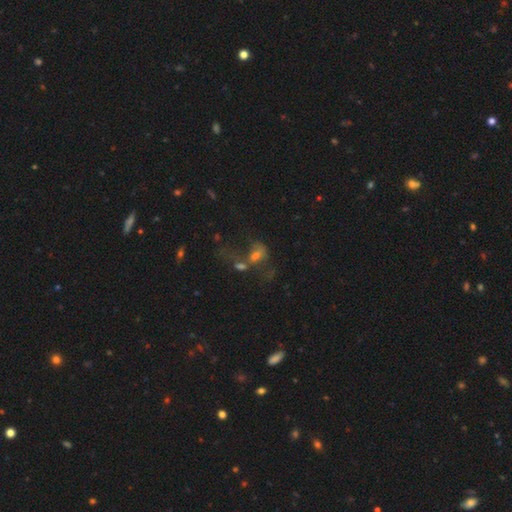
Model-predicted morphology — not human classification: Smooth or featured: smooth — 40% (featured or disk — 36%)
Merging: merger — 51% (major disturbance — 22%)